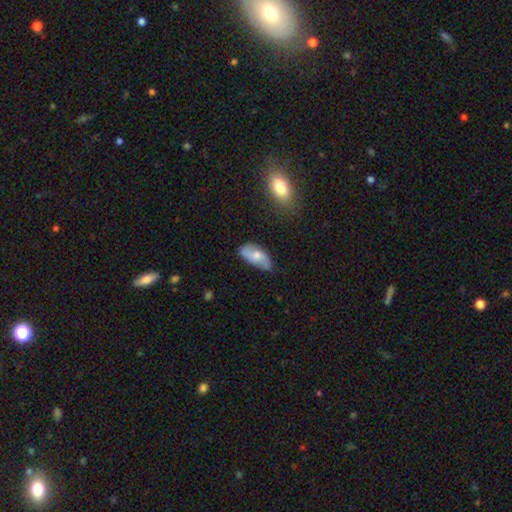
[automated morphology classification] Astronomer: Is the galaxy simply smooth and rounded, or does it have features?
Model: smooth — 57% (runner-up: featured or disk, 36%).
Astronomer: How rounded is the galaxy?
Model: in between — 90%.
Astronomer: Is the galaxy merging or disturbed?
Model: none — 61%.